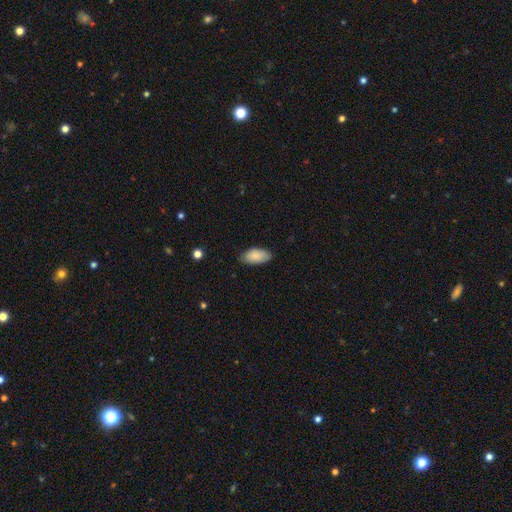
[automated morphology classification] Smooth or featured? smooth (87%)
How rounded? in between (94%)
Merging? none (81%)